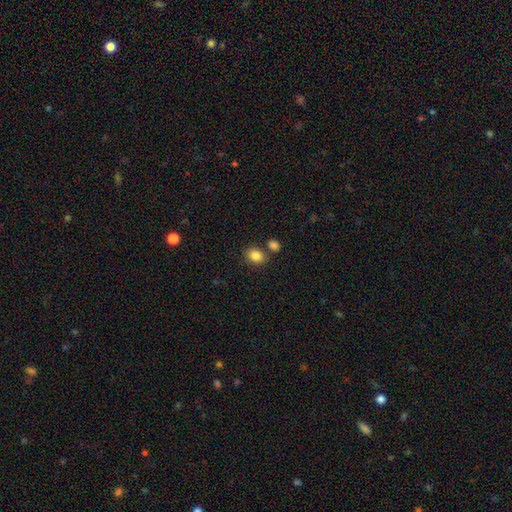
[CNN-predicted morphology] type=smooth (85%); roundness=in between (52%); merging=none (72%).